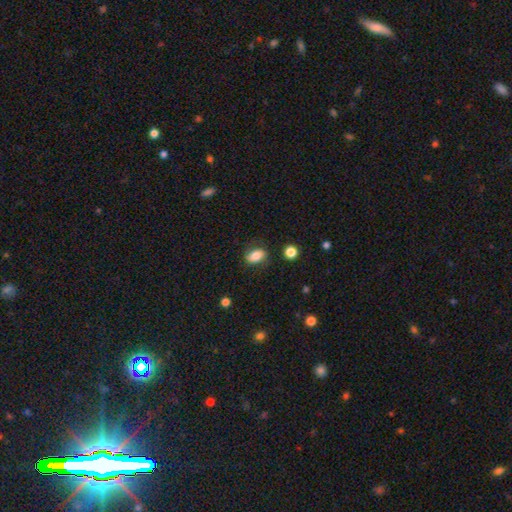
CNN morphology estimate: A smooth galaxy with no disk features (78%) that is in between round and cigar-shaped (86%). Merging: none (77%).